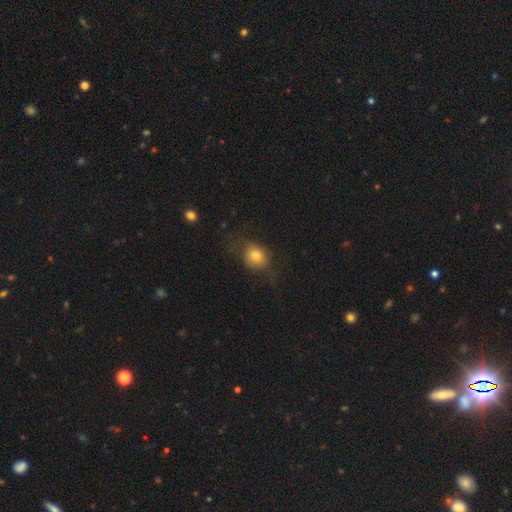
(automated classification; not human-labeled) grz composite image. It shows a smooth galaxy with no disk features (76%) that is round (60%). Merging: none (62%).